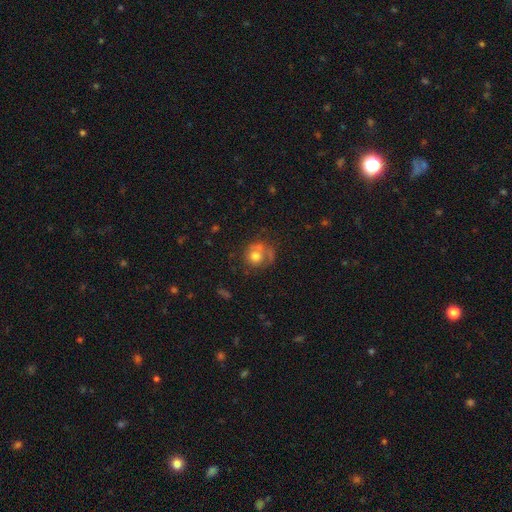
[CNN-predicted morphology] A smooth galaxy with no disk features (64%) that is round (79%).

Vote fractions:
- Smooth or featured? smooth: 64% / featured or disk: 27% / star or artifact: 10%
- How rounded? round: 79% / in between: 20% / cigar-shaped: 1%
- Merging? none: 40% / merger: 20% / major disturbance: 20% / minor disturbance: 19%